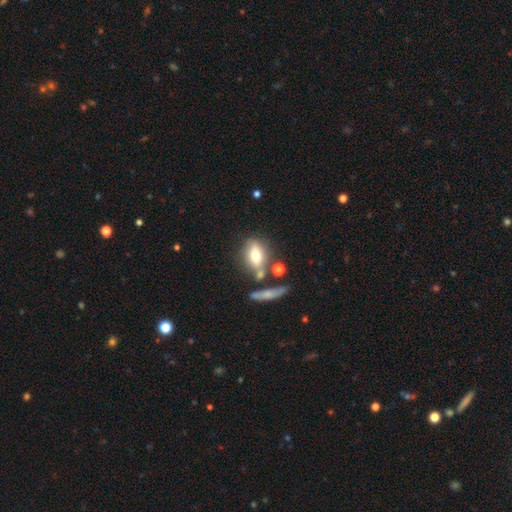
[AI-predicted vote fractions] The model was most divided on "smooth or featured": smooth: 64%, featured or disk: 27%, star or artifact: 10%. More confident: how rounded — in between (69%); merging — none (58%).